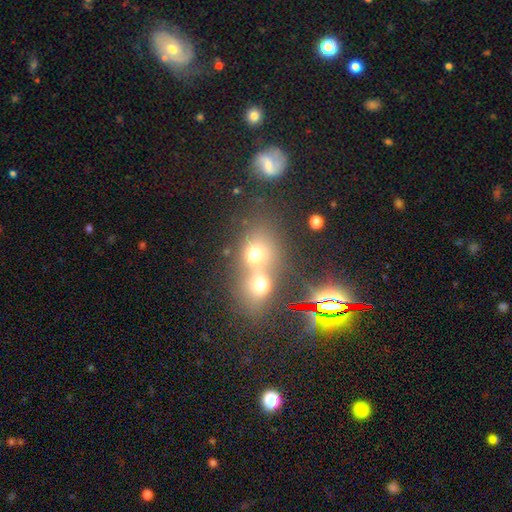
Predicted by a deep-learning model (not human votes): smooth-or-featured: smooth: 66% | star or artifact: 19% | featured or disk: 15%
  how-rounded: round: 62% | in between: 36% | cigar-shaped: 1%
  merging: merger: 66% | none: 25% | minor disturbance: 6% | major disturbance: 4%